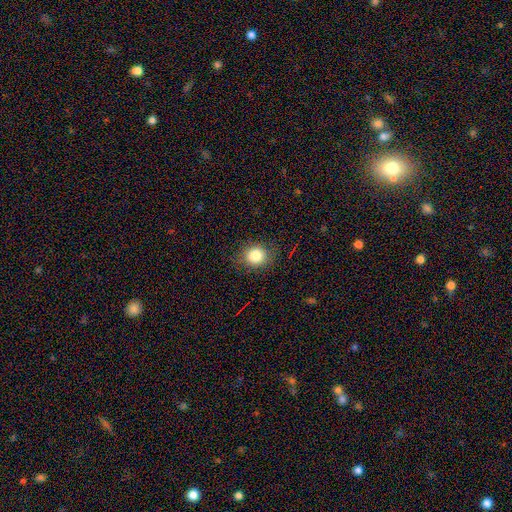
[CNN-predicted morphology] The model was most divided on "how rounded": round: 76%, in between: 23%, cigar-shaped: 1%. More confident: merging — none (85%); smooth or featured — smooth (82%).